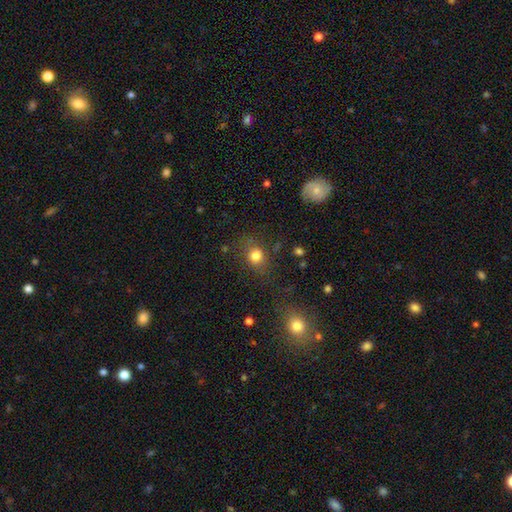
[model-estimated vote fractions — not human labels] smooth 80%, star or artifact 13%, featured or disk 7%. Down the decision tree: how rounded — round (66%); merging — none (74%).